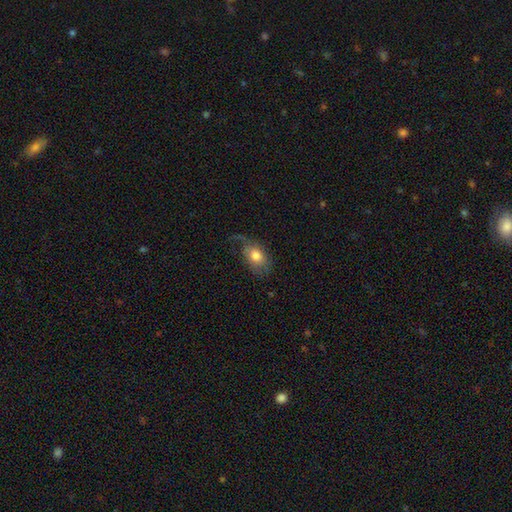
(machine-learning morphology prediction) This appears to be a smooth galaxy with no disk features (71%) that is in between round and cigar-shaped (80%). Merging: none (43%).